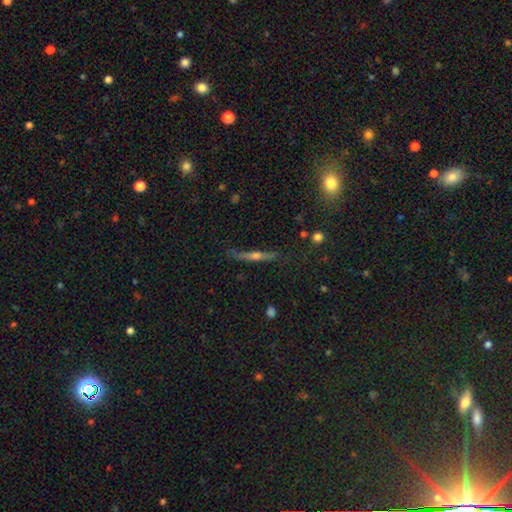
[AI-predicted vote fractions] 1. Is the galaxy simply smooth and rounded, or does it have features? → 67% featured or disk, 23% smooth, 10% star or artifact.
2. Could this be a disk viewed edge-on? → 96% yes, 4% no.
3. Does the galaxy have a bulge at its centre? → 89% rounded, 7% none, 4% boxy.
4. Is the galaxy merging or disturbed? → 80% none, 14% minor disturbance, 4% major disturbance, 2% merger.